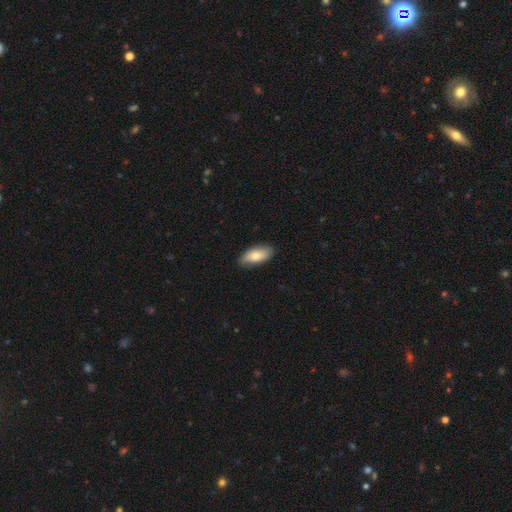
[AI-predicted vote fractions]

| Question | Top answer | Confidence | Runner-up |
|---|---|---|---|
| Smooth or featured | smooth | 74% | featured or disk (20%) |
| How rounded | in between | 86% | cigar-shaped (11%) |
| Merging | none | 85% | minor disturbance (12%) |